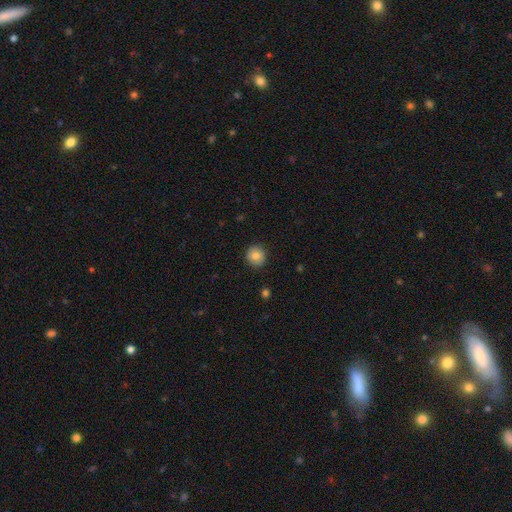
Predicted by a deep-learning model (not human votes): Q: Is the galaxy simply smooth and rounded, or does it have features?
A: smooth — 81%.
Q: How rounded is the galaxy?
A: round — 92%.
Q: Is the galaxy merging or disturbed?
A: none — 90%.